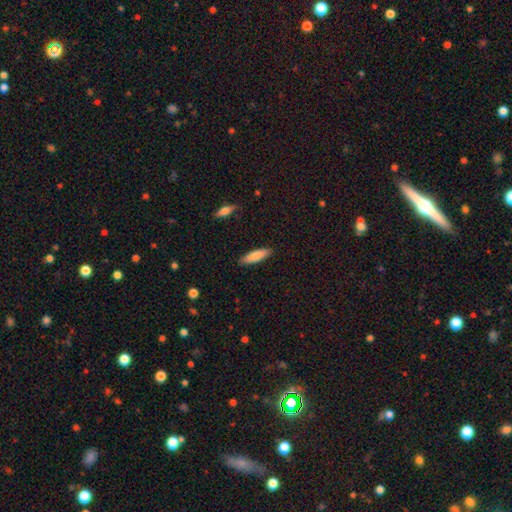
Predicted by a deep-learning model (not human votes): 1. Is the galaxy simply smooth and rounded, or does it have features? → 82% smooth, 12% featured or disk, 6% star or artifact.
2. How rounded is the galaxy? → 61% cigar-shaped, 37% in between, 1% round.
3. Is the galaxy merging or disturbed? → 89% none, 8% minor disturbance, 2% major disturbance, 1% merger.